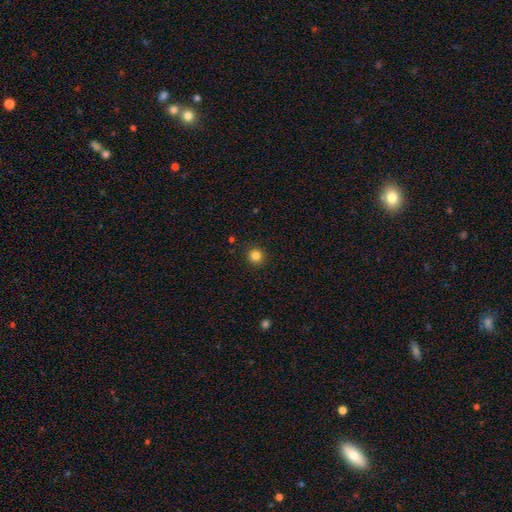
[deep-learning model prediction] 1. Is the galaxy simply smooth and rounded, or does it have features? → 83% smooth, 12% star or artifact, 4% featured or disk.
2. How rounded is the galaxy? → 95% round, 4% in between, 1% cigar-shaped.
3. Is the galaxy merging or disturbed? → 92% none, 5% minor disturbance, 2% major disturbance, 1% merger.